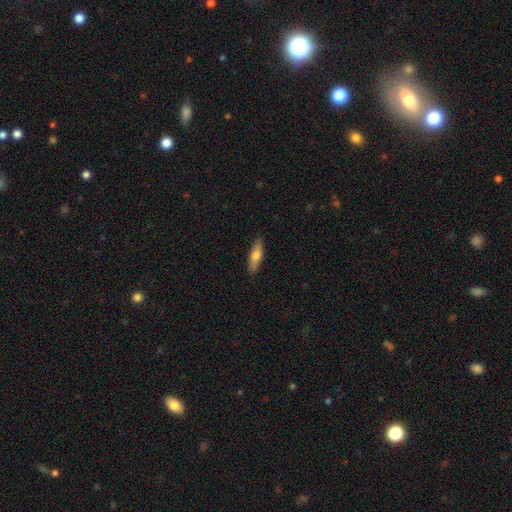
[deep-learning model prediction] smooth-or-featured: smooth: 69% | featured or disk: 25% | star or artifact: 6%
  how-rounded: cigar-shaped: 52% | in between: 46% | round: 2%
  merging: none: 89% | minor disturbance: 9% | major disturbance: 2% | merger: 1%